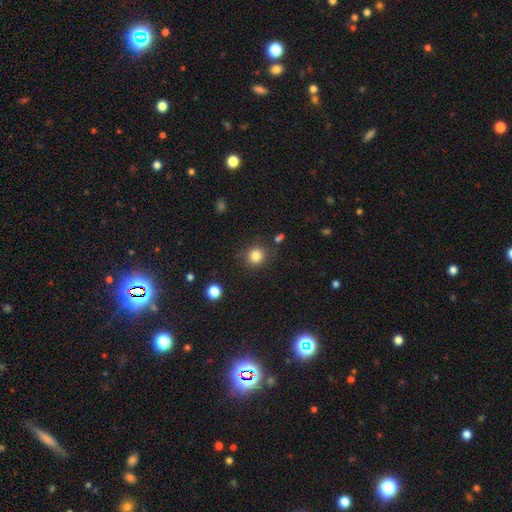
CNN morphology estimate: A smooth galaxy with no disk features (83%) that is round (89%).

Vote fractions:
- Smooth or featured? smooth: 83% / star or artifact: 11% / featured or disk: 5%
- How rounded? round: 89% / in between: 10% / cigar-shaped: 1%
- Merging? none: 85% / minor disturbance: 9% / major disturbance: 3% / merger: 3%